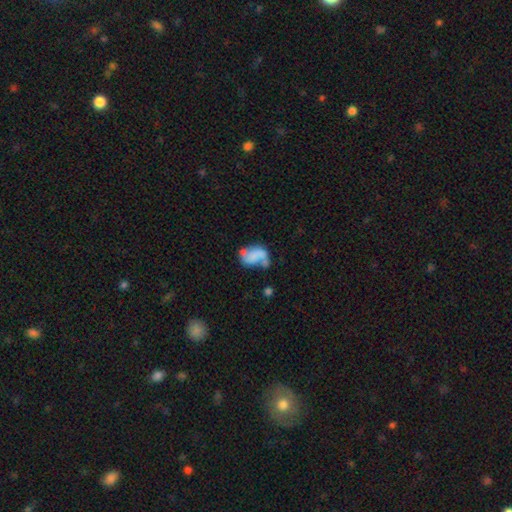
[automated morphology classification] This appears to be a featured or disk galaxy (47%). Merging: none (30%).